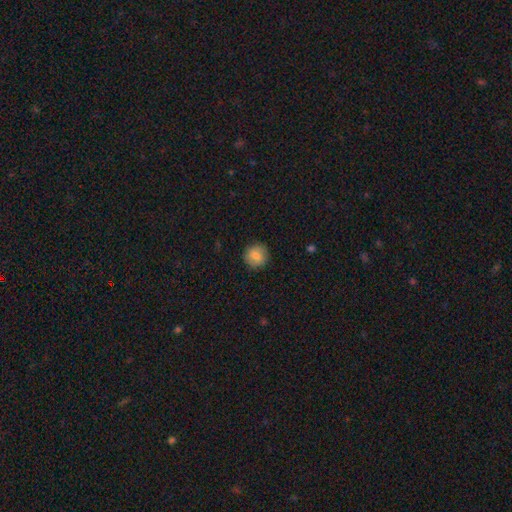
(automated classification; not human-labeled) This appears to be a smooth galaxy with no disk features (83%) that is round (92%). Merging: none (88%).